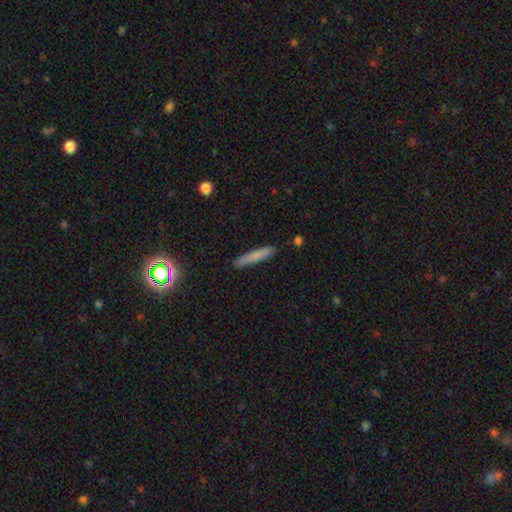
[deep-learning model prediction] Smooth or featured?
  - smooth: 76% *
  - featured or disk: 16%
  - star or artifact: 8%
How rounded?
  - cigar-shaped: 94% *
  - in between: 5%
  - round: 1%
Merging?
  - none: 87% *
  - minor disturbance: 10%
  - major disturbance: 2%
  - merger: 2%